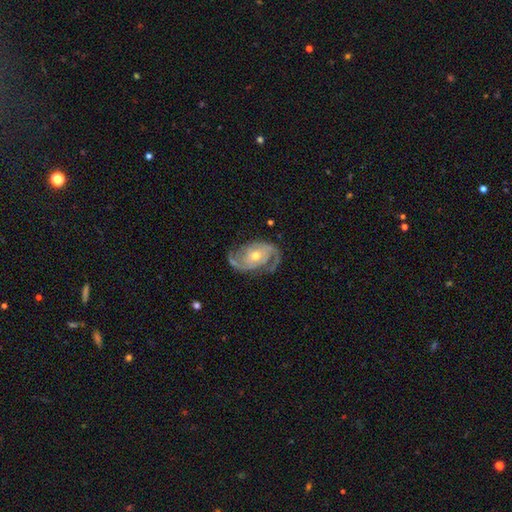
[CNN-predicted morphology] This is clearly a featured or disk galaxy (90%). It is clearly not viewed edge-on (97%). Bar: likely no (67%). Spiral arm pattern: clearly yes (97%). Spiral arm count: clearly 2 (84%). Spiral winding: possibly medium (48%). Central bulge: likely moderate (60%). Merging: likely none (74%).